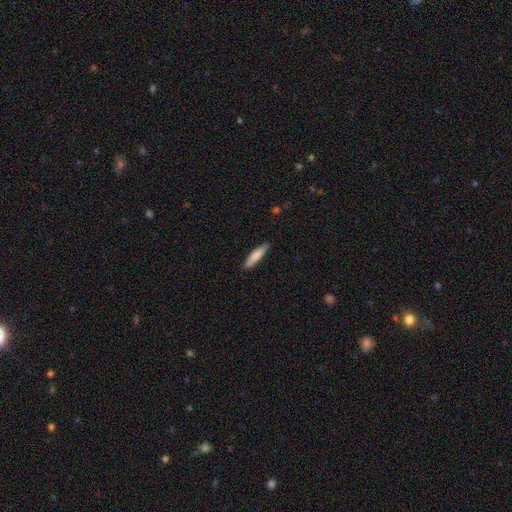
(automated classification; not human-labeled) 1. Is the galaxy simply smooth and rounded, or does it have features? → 80% smooth, 14% featured or disk, 5% star or artifact.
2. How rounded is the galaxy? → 84% cigar-shaped, 14% in between, 1% round.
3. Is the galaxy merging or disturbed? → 87% none, 10% minor disturbance, 2% major disturbance, 1% merger.